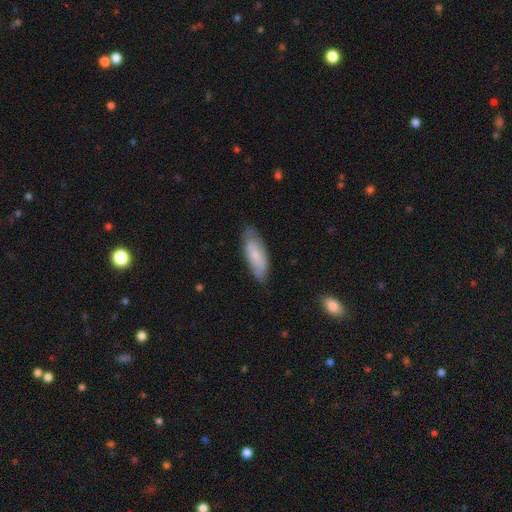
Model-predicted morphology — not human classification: Q: Smooth or featured?
A: smooth (64%); runner-up: featured or disk (30%)
Q: How rounded?
A: in between (69%); runner-up: cigar-shaped (29%)
Q: Merging?
A: none (73%); runner-up: minor disturbance (21%)